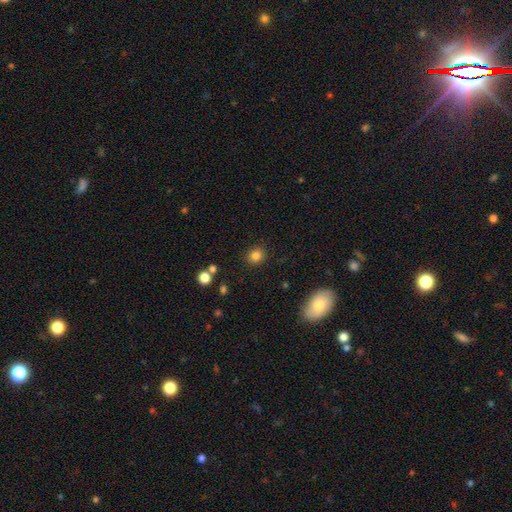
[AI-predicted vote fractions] This appears to be a smooth galaxy with no disk features (83%) that is round (76%). Merging: none (87%).